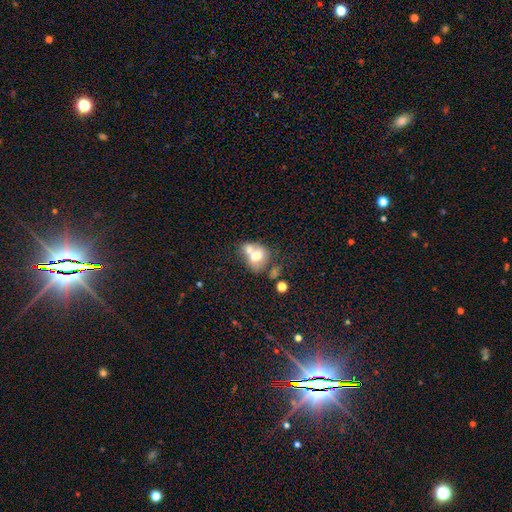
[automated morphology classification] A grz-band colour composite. It shows a smooth galaxy with no disk features (64%) that is round (51%). Merging: merger (63%).